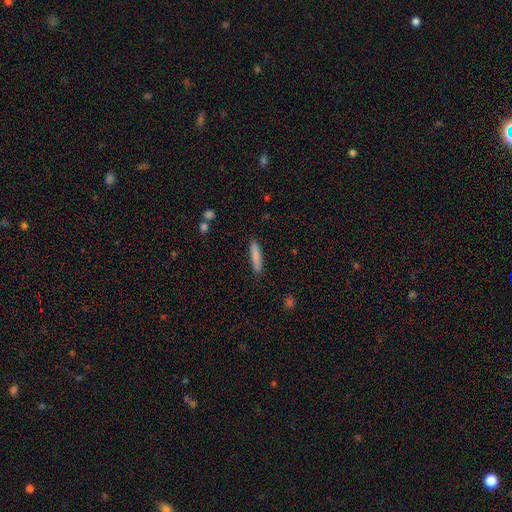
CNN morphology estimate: This appears to be a smooth galaxy with no disk features (82%) that is cigar-shaped (90%). Merging: none (88%).